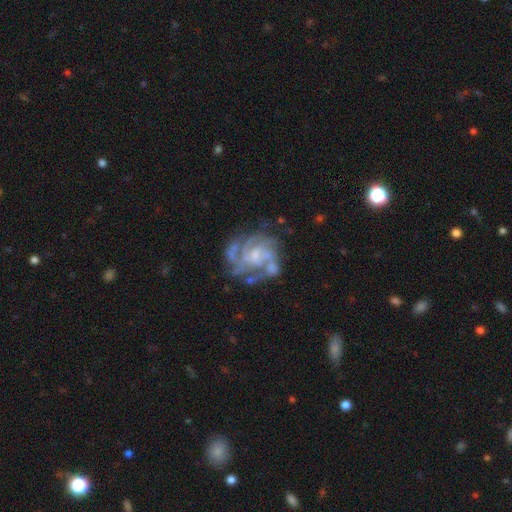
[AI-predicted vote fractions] A featured or disk galaxy (87%) with no bar (53%), 3 (28%) tight (54%) spiral arms (94%) and a small central bulge (48%). Merging: none (56%).